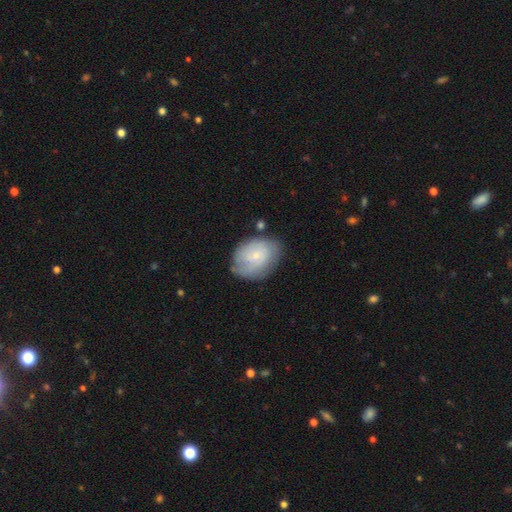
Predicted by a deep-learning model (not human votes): Q: Smooth or featured?
A: smooth (48%); runner-up: featured or disk (45%)
Q: Merging?
A: none (63%); runner-up: minor disturbance (25%)